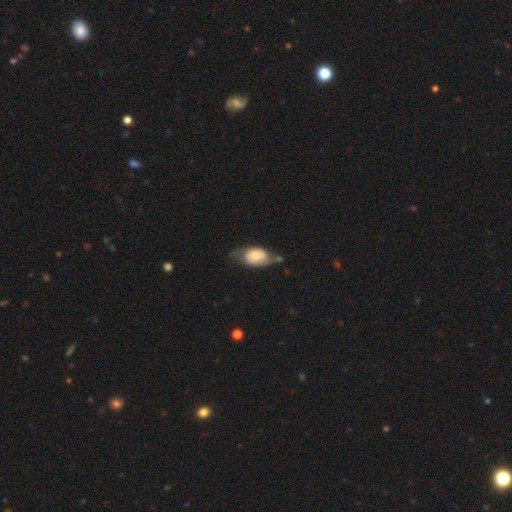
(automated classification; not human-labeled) Smooth or featured: smooth — 54% (featured or disk — 39%)
How rounded: in between — 84% (round — 13%)
Merging: none — 40% (minor disturbance — 34%)